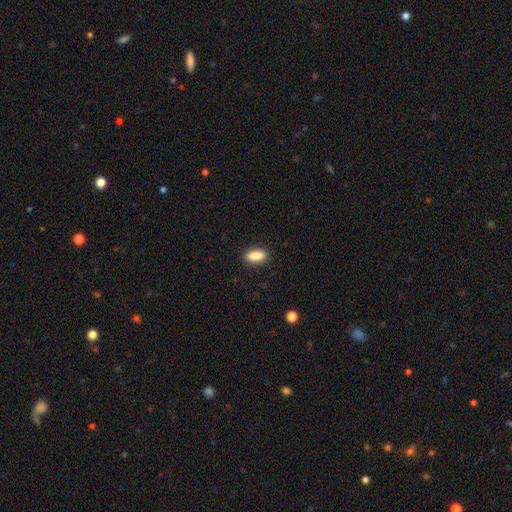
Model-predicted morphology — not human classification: Smooth or featured: smooth — 87% (star or artifact — 7%)
How rounded: in between — 78% (cigar-shaped — 18%)
Merging: none — 88% (minor disturbance — 9%)